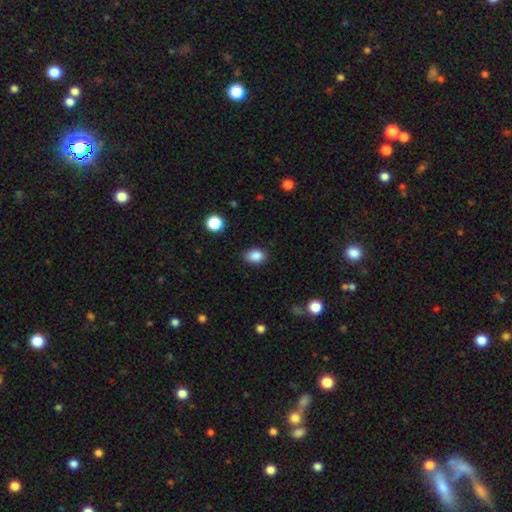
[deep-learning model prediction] Smooth or featured? Predicted: smooth (p=0.87). How rounded? Predicted: in between (p=0.76). Merging? Predicted: none (p=0.86).